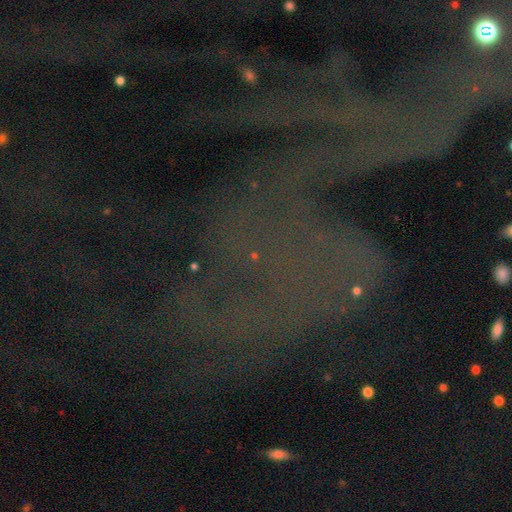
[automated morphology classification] Smooth or featured? Predicted: star or artifact (p=0.62).